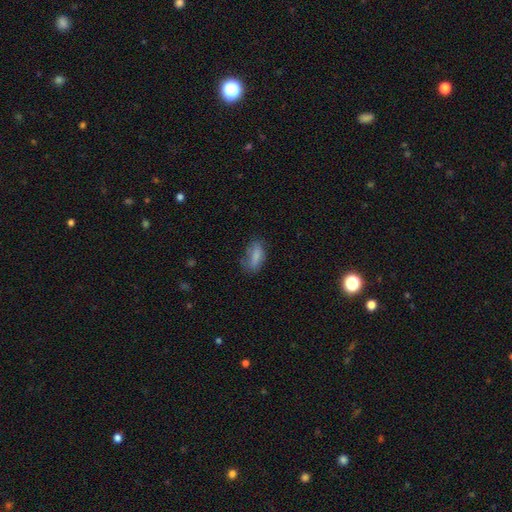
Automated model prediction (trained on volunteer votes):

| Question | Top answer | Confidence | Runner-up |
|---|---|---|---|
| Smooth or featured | smooth | 72% | featured or disk (19%) |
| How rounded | in between | 86% | cigar-shaped (9%) |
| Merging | none | 54% | minor disturbance (29%) |